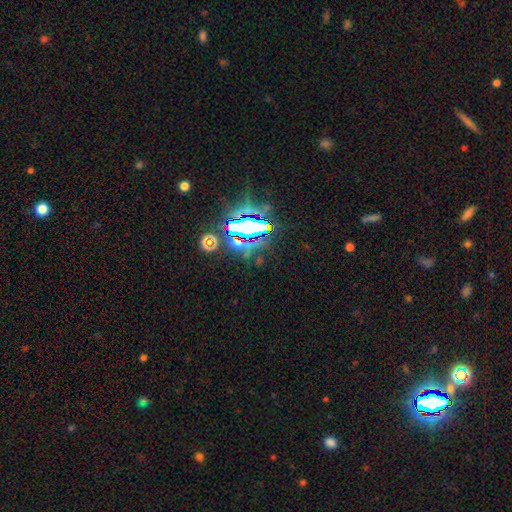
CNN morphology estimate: smooth_or_featured: star or artifact (p=0.77) [alt: smooth p=0.13]